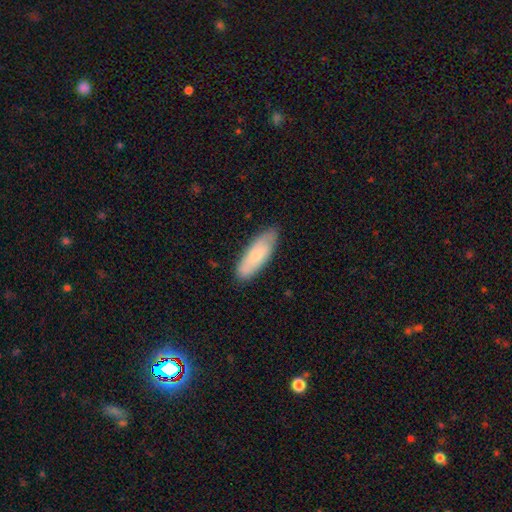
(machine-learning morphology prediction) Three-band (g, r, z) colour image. It shows a smooth galaxy with no disk features (73%) that is in between round and cigar-shaped (58%). Merging: none (80%).